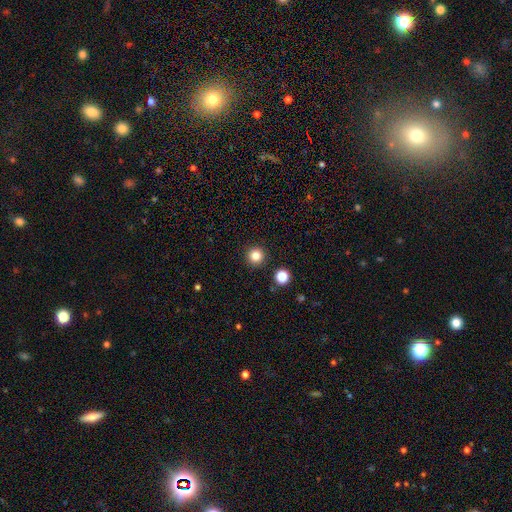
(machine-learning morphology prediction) smooth 83%, star or artifact 12%, featured or disk 4%. Down the decision tree: how rounded — round (96%); merging — none (92%).